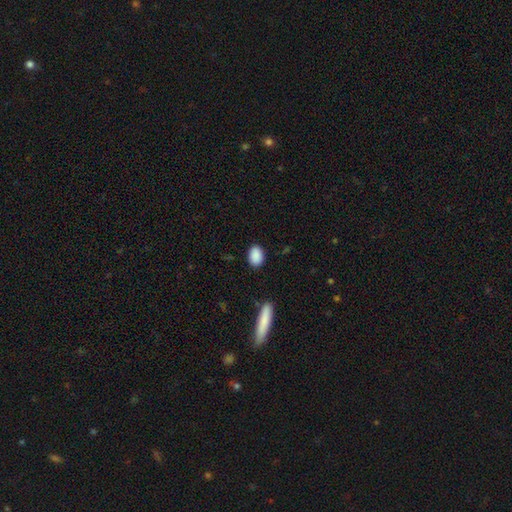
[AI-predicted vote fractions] Smooth or featured?
  - smooth: 89% *
  - star or artifact: 7%
  - featured or disk: 3%
How rounded?
  - in between: 79% *
  - round: 20%
  - cigar-shaped: 1%
Merging?
  - none: 87% *
  - minor disturbance: 9%
  - major disturbance: 3%
  - merger: 2%